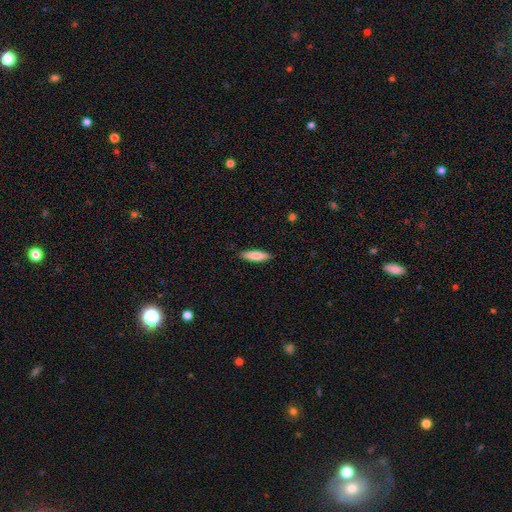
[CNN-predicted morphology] This is likely a smooth galaxy (79%). How rounded: likely cigar-shaped (72%). Merging: clearly none (89%).